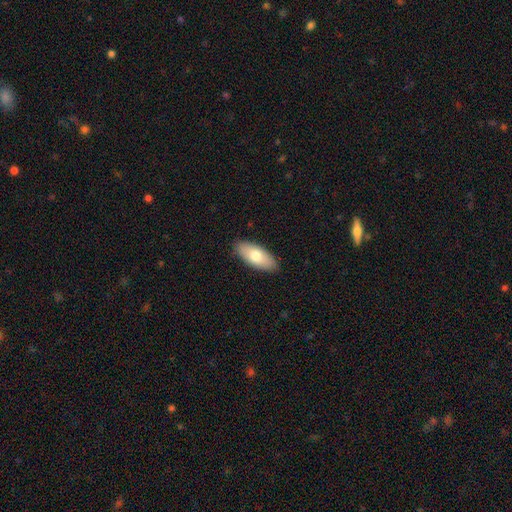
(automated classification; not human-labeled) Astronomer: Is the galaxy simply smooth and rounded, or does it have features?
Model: smooth — 75%.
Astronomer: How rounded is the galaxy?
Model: in between — 87%.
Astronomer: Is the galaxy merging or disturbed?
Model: none — 88%.